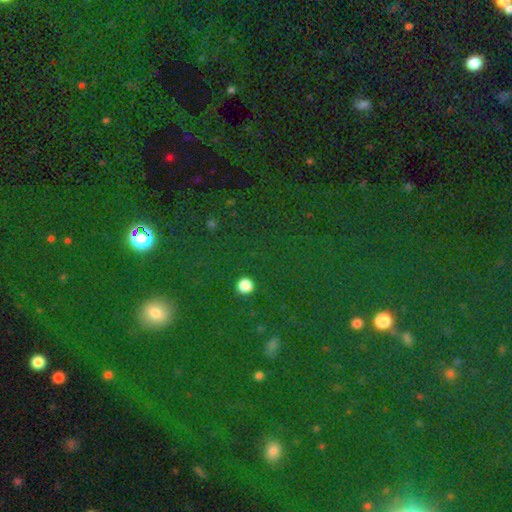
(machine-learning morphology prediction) This is likely a star or artifact rather than a galaxy (67%).